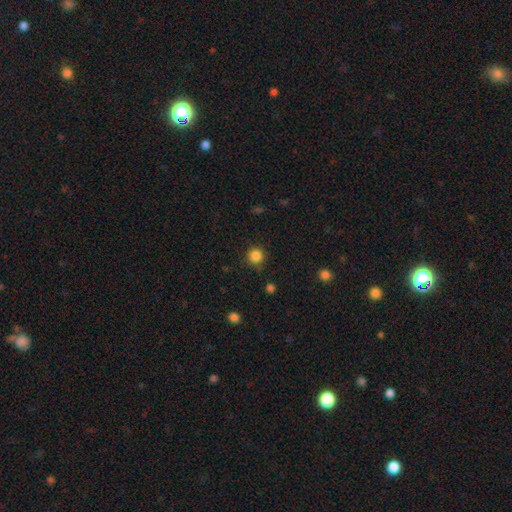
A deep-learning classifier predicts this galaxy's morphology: The model was most divided on "smooth or featured": smooth: 85%, star or artifact: 11%, featured or disk: 4%. More confident: how rounded — round (94%); merging — none (86%).